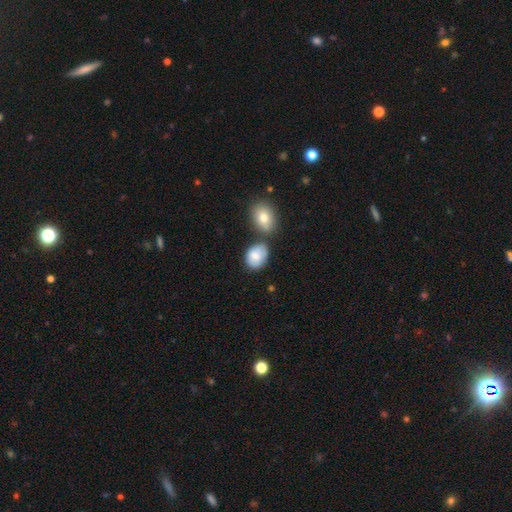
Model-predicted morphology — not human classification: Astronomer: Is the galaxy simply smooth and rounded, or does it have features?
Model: smooth — 81%.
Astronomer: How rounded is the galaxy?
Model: in between — 69%.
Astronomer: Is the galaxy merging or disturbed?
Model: none — 54%.